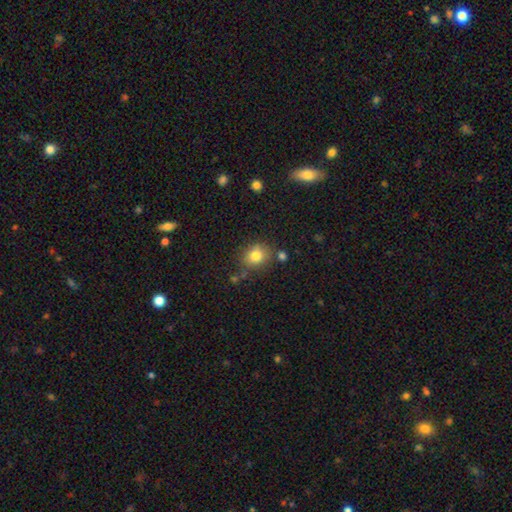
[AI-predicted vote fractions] Smooth or featured? smooth (80%)
How rounded? round (65%)
Merging? none (72%)